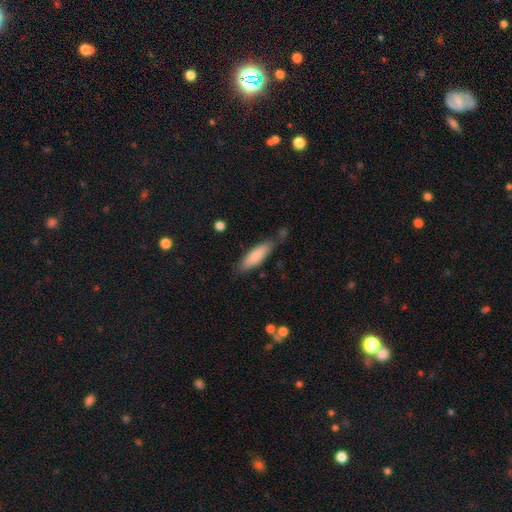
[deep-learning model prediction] A smooth galaxy with no disk features (85%) that is cigar-shaped (58%). Merging: none (75%).